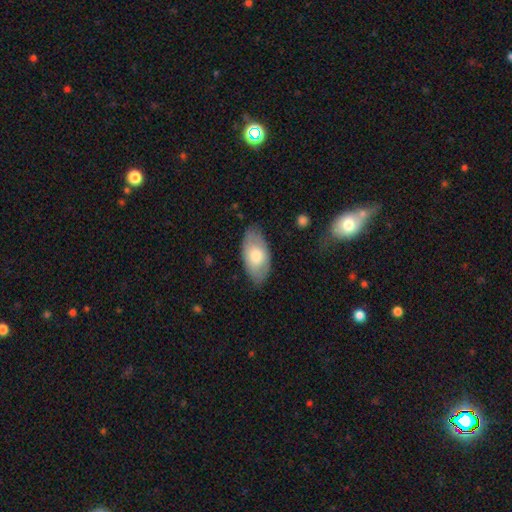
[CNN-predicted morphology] Smooth or featured? smooth (69%)
How rounded? in between (94%)
Merging? none (80%)